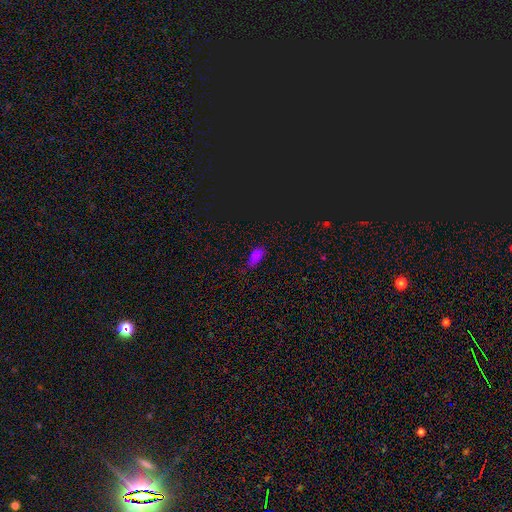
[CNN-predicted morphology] A smooth galaxy with no disk features (74%) that is in between round and cigar-shaped (88%). Merging: none (63%).